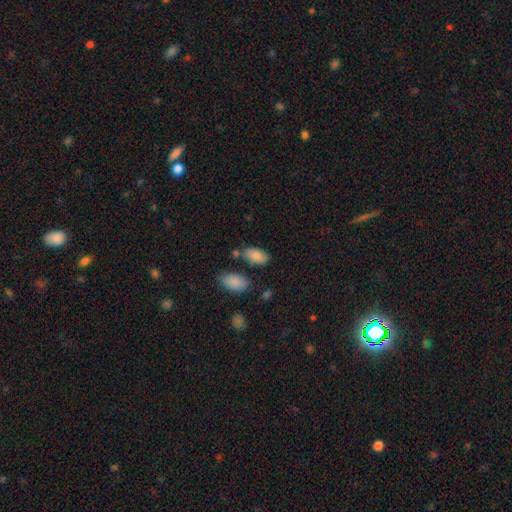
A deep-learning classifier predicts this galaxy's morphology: smooth-or-featured: smooth: 83% | featured or disk: 9% | star or artifact: 8%
  how-rounded: in between: 93% | round: 4% | cigar-shaped: 3%
  merging: none: 62% | minor disturbance: 21% | merger: 11% | major disturbance: 6%